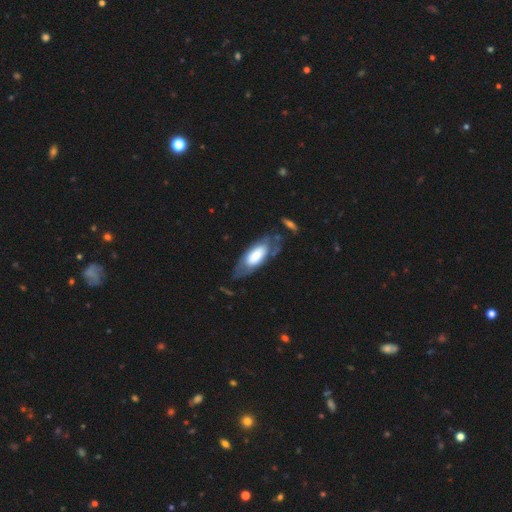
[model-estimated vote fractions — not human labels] This appears to be a smooth galaxy with no disk features (54%) that is in between round and cigar-shaped (82%). Merging: none (57%).